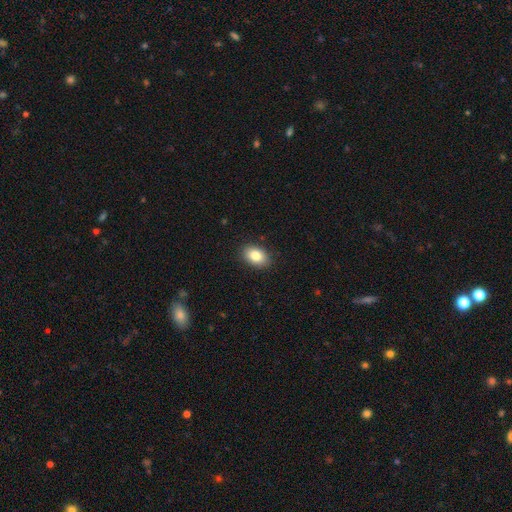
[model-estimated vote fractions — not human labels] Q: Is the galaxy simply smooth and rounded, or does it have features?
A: smooth — 84%.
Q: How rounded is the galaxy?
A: in between — 85%.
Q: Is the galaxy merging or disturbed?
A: none — 88%.